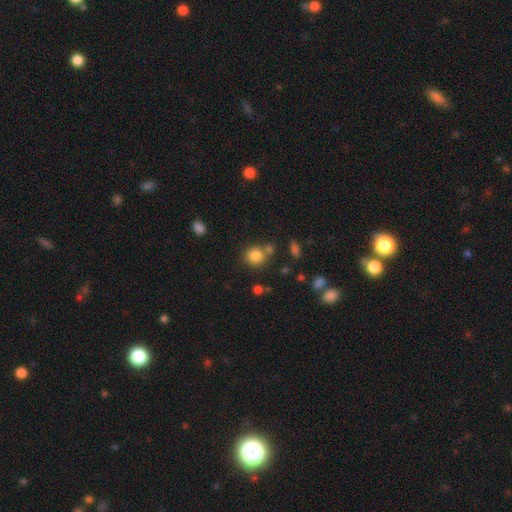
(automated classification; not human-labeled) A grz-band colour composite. It shows a smooth galaxy with no disk features (83%) that is round (83%). Merging: none (68%).